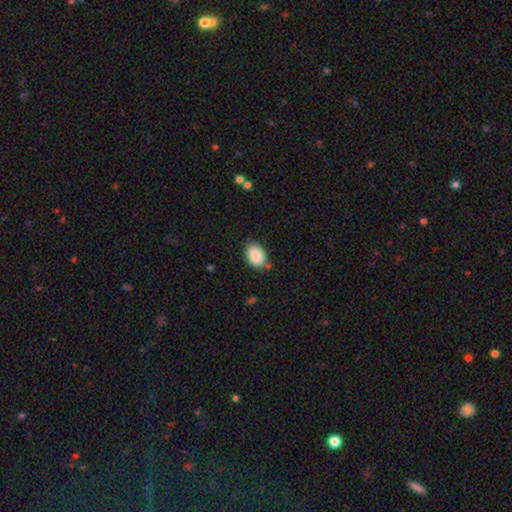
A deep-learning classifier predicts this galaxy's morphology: Overall: smooth (88%). How rounded: in between (82%). Merging: none (78%).